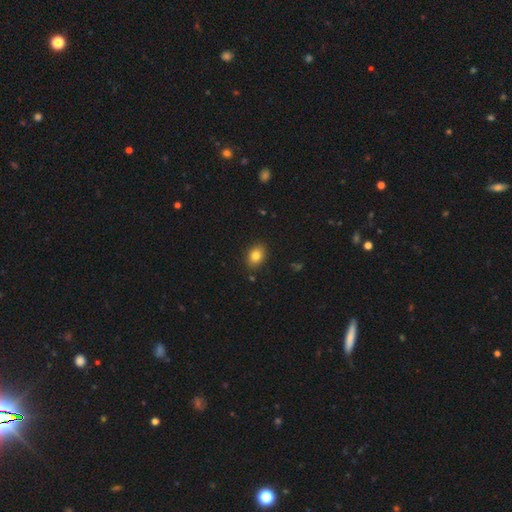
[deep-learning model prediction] A smooth galaxy with no disk features (82%) that is in between round and cigar-shaped (67%).

Vote fractions:
- Smooth or featured? smooth: 82% / star or artifact: 10% / featured or disk: 8%
- How rounded? in between: 67% / round: 32% / cigar-shaped: 1%
- Merging? none: 88% / minor disturbance: 9% / major disturbance: 2% / merger: 1%